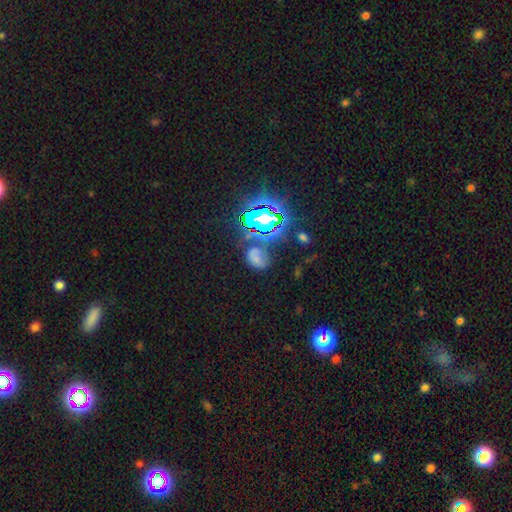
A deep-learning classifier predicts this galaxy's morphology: smooth-or-featured: smooth: 40% | star or artifact: 39% | featured or disk: 20%
  merging: none: 49% | minor disturbance: 23% | major disturbance: 17% | merger: 11%